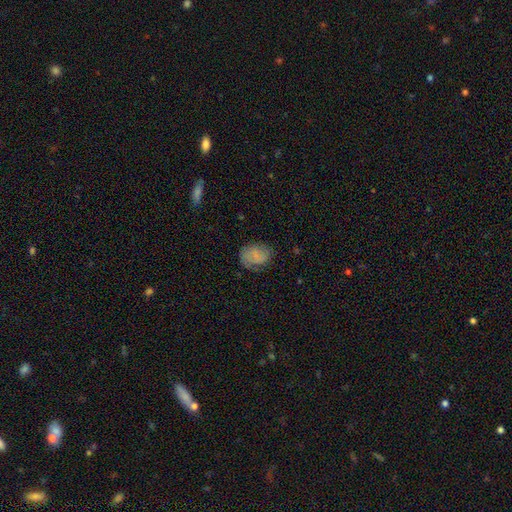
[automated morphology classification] type=smooth (69%); roundness=in between (68%); merging=none (67%).